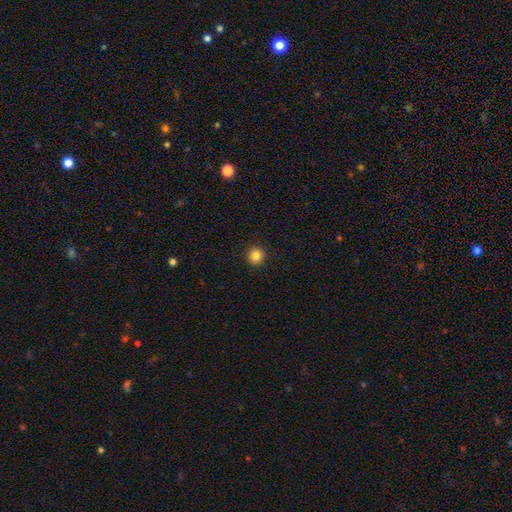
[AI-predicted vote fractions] Smooth or featured? smooth (84%)
How rounded? round (95%)
Merging? none (93%)